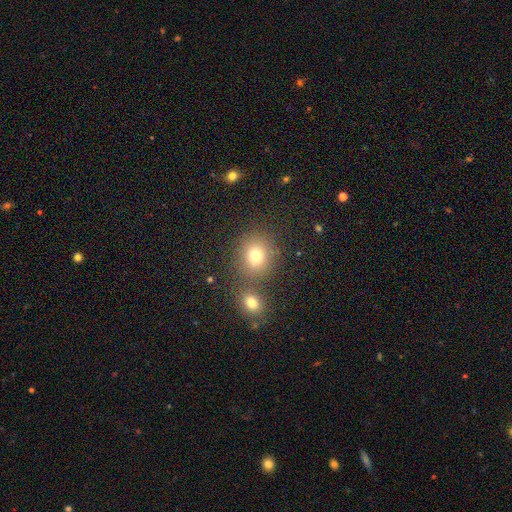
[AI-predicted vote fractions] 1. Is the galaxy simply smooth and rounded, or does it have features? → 75% smooth, 16% star or artifact, 10% featured or disk.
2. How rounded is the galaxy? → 75% round, 24% in between, 1% cigar-shaped.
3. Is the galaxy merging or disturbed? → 68% none, 19% merger, 9% minor disturbance, 4% major disturbance.